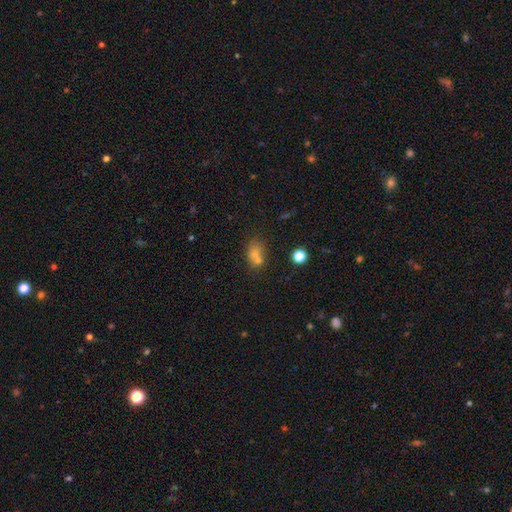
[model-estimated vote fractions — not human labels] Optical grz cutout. It shows a smooth galaxy with no disk features (68%) that is in between round and cigar-shaped (64%). Merging: merger (41%).